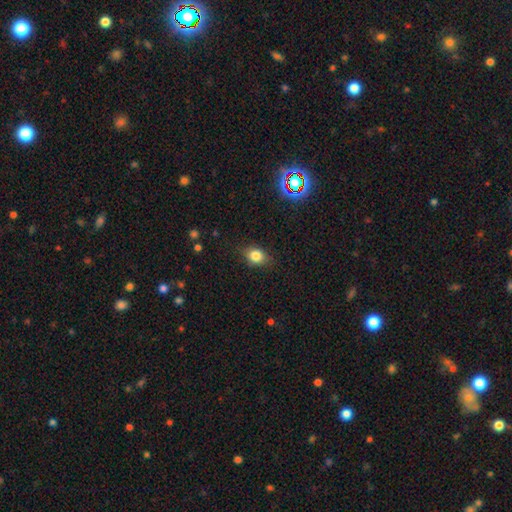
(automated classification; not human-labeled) The model was most divided on "how rounded": in between: 52%, round: 47%, cigar-shaped: 2%. More confident: smooth or featured — smooth (80%); merging — none (79%).